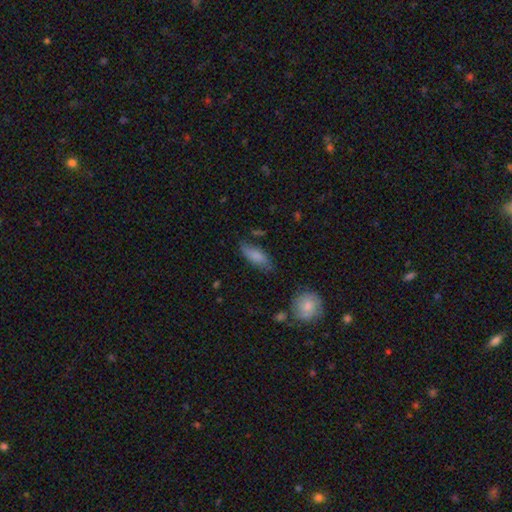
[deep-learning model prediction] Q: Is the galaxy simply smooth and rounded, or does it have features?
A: smooth — 81%.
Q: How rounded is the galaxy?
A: in between — 74%.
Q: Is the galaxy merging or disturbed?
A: none — 68%.